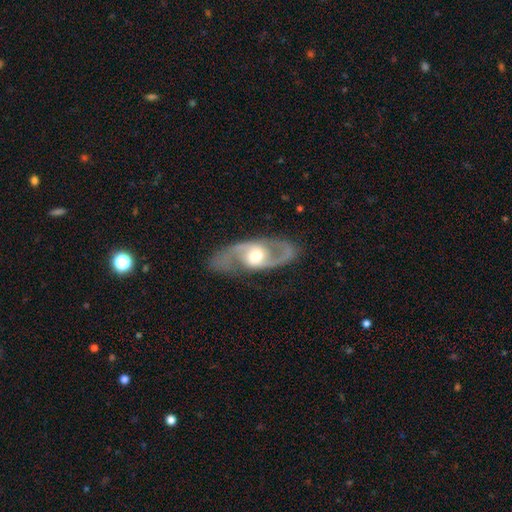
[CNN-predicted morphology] type=featured or disk (88%); edge-on=no (94%); bar=no (49%); spiral arms=yes (93%); winding=medium (53%); arm count=2 (93%); bulge=moderate (69%); merging=none (83%).